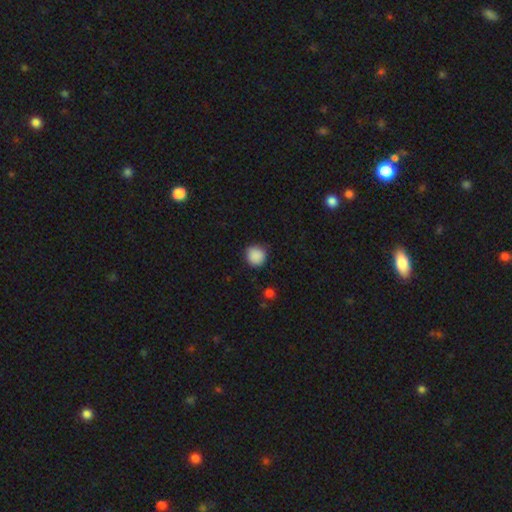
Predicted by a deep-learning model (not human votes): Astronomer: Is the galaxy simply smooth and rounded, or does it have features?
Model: smooth — 88%.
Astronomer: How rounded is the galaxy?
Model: round — 92%.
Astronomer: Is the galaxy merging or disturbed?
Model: none — 86%.